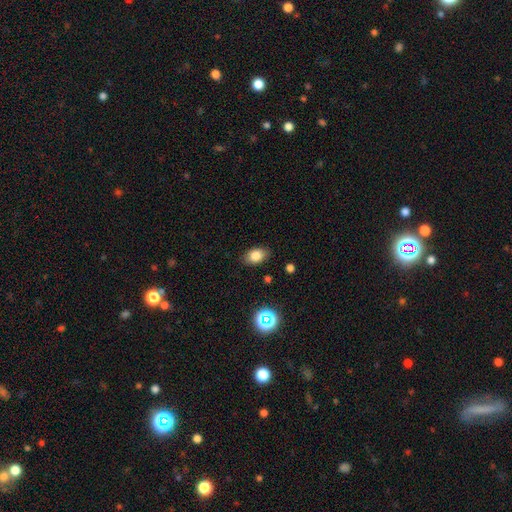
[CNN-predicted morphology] A smooth galaxy with no disk features (80%) that is in between round and cigar-shaped (83%). Merging: none (86%).